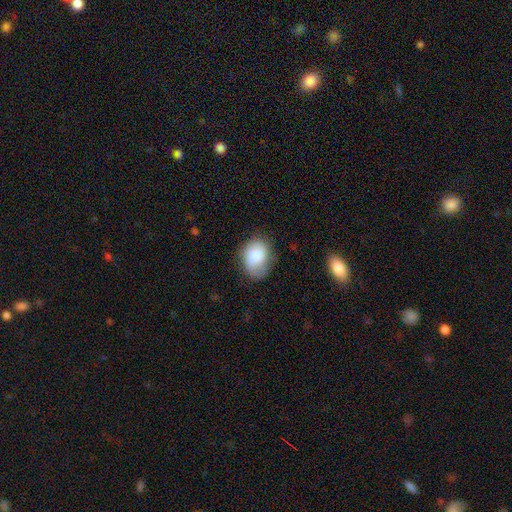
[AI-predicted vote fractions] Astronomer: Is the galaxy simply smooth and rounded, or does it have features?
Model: smooth — 82%.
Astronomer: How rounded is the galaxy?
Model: in between — 65%.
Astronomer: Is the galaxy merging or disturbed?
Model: none — 62%.